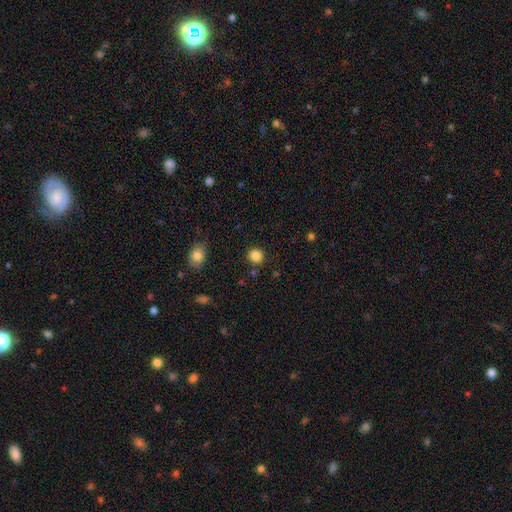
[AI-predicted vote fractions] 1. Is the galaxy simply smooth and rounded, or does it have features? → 85% smooth, 12% star or artifact, 4% featured or disk.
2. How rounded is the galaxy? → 91% round, 8% in between, 1% cigar-shaped.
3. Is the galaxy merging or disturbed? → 88% none, 7% minor disturbance, 3% merger, 2% major disturbance.